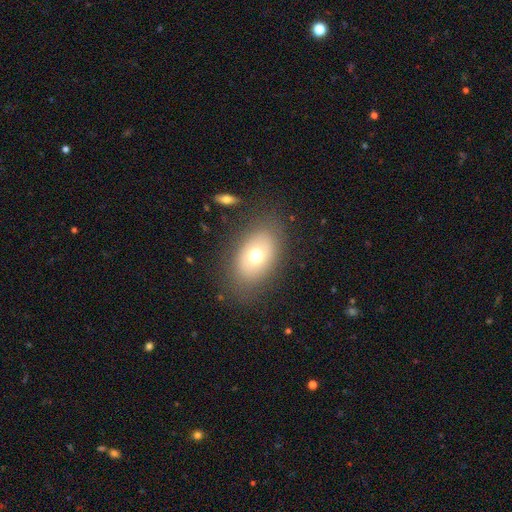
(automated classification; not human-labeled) Smooth or featured?
  - smooth: 67% *
  - featured or disk: 22%
  - star or artifact: 11%
How rounded?
  - in between: 83% *
  - round: 16%
  - cigar-shaped: 1%
Merging?
  - none: 80% *
  - minor disturbance: 12%
  - major disturbance: 6%
  - merger: 2%